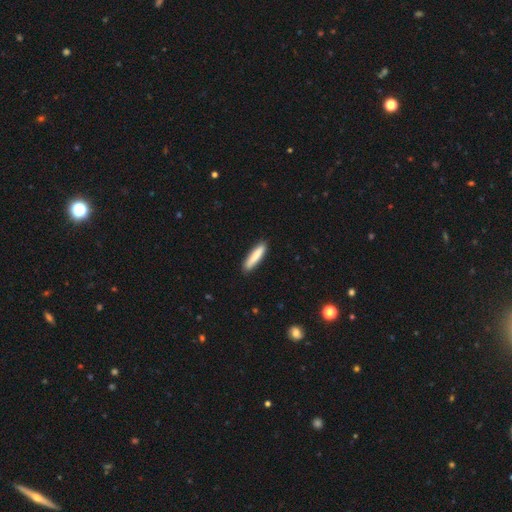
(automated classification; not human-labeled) Morphology: type=smooth (84%); roundness=cigar-shaped (84%); merging=none (89%).